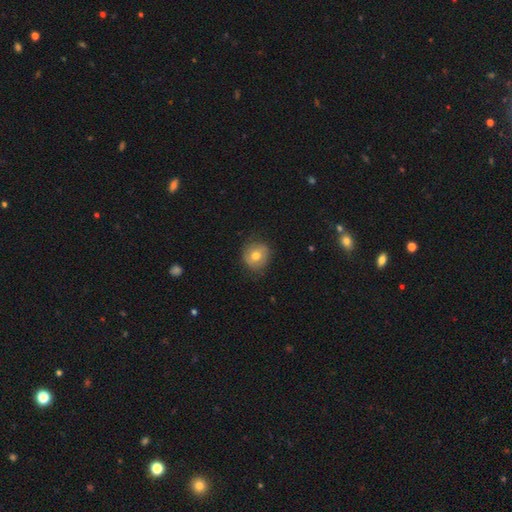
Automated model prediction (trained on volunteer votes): A smooth galaxy with no disk features (67%) that is round (88%).

Vote fractions:
- Smooth or featured? smooth: 67% / featured or disk: 25% / star or artifact: 8%
- How rounded? round: 88% / in between: 11% / cigar-shaped: 1%
- Merging? none: 77% / minor disturbance: 17% / major disturbance: 5% / merger: 1%